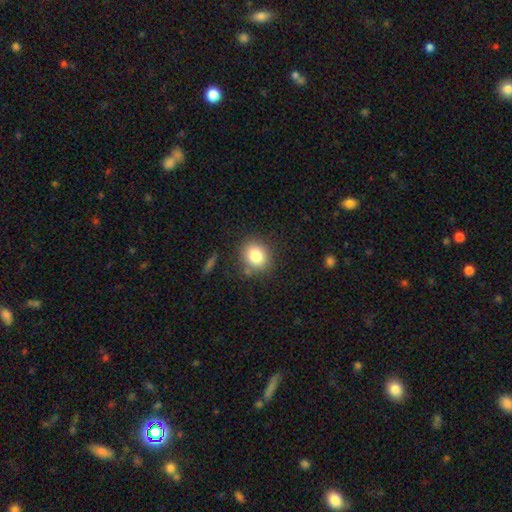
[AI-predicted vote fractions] Smooth or featured: smooth — 82% (star or artifact — 10%)
How rounded: round — 70% (in between — 29%)
Merging: none — 82% (minor disturbance — 11%)